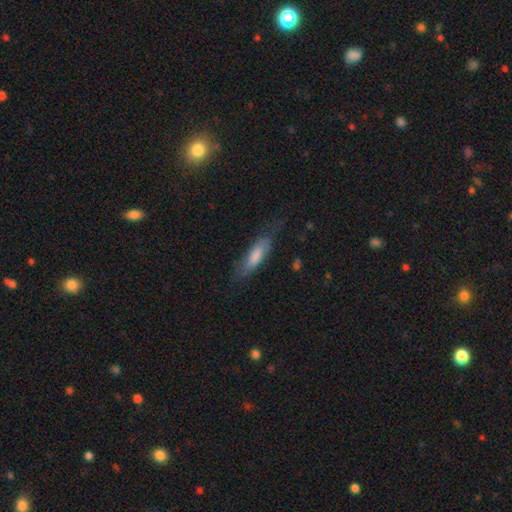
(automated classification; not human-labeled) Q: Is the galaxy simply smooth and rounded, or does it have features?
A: smooth — 63%.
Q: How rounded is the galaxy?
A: cigar-shaped — 55%.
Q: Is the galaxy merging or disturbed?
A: none — 63%.